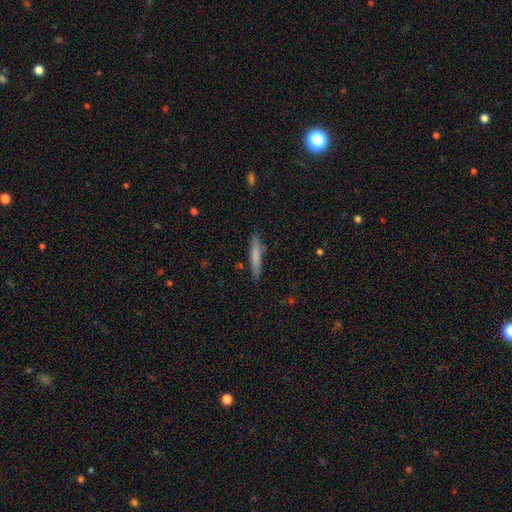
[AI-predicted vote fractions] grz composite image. It shows a smooth galaxy with no disk features (74%) that is cigar-shaped (92%). Merging: none (85%).